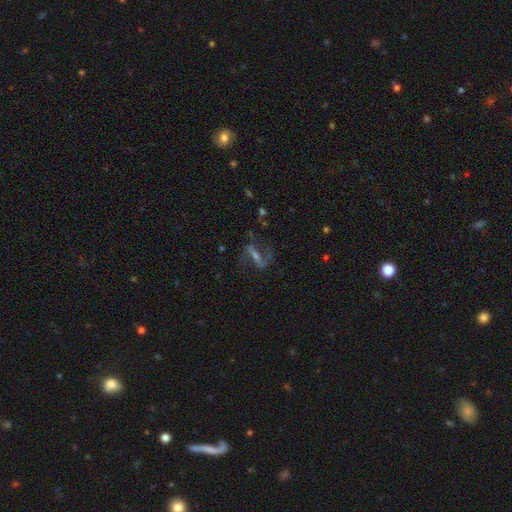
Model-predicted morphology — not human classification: Smooth or featured?
  - featured or disk: 77% *
  - star or artifact: 12%
  - smooth: 11%
Edge-on disk?
  - no: 86% *
  - yes: 14%
Bar?
  - strong: 56% *
  - weak: 29%
  - no: 15%
Spiral arms?
  - yes: 88% *
  - no: 12%
Spiral winding?
  - loose: 51% *
  - medium: 37%
  - tight: 12%
Spiral arm count?
  - 2: 86% *
  - can't tell: 6%
  - 1: 4%
  - 3: 1%
  - 4: 1%
  - more than 4: 1%
Bulge size?
  - small: 49% *
  - moderate: 35%
  - none: 11%
  - large: 4%
  - dominant: 2%
Merging?
  - none: 67% *
  - major disturbance: 16%
  - minor disturbance: 15%
  - merger: 2%